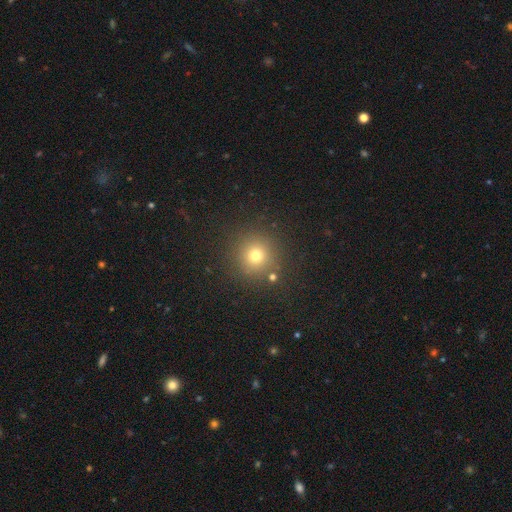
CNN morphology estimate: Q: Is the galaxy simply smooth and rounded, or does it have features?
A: smooth — 73%.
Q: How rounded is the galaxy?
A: round — 94%.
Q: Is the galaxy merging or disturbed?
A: none — 85%.